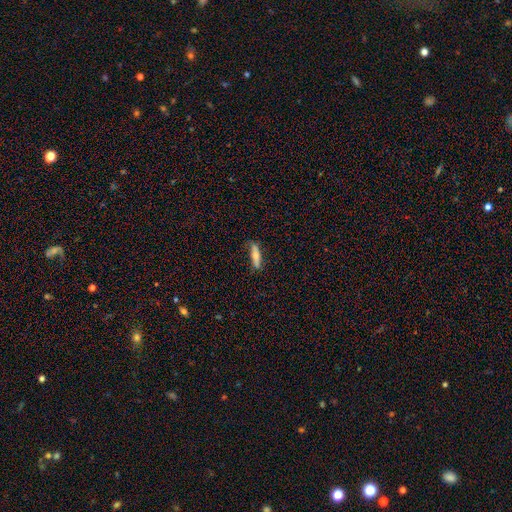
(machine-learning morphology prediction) Smooth or featured: smooth — 65% (featured or disk — 29%)
How rounded: cigar-shaped — 74% (in between — 24%)
Merging: none — 72% (minor disturbance — 21%)